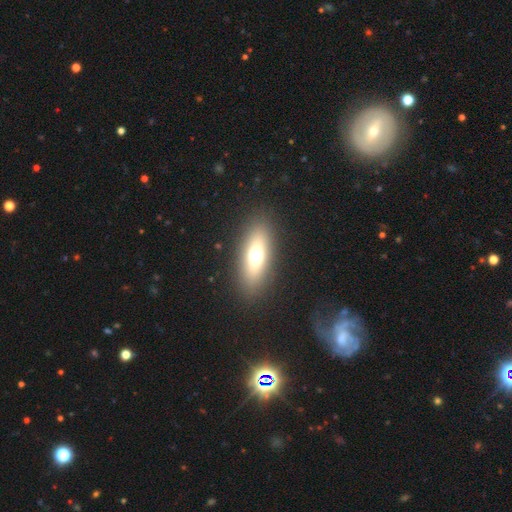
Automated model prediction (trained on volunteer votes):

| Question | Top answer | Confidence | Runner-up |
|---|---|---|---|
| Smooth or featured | smooth | 61% | featured or disk (26%) |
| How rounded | in between | 65% | cigar-shaped (27%) |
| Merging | none | 88% | minor disturbance (7%) |